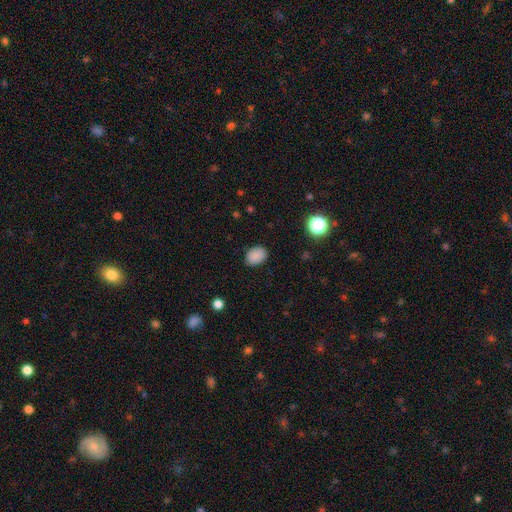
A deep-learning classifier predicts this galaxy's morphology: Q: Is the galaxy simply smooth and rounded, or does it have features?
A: smooth — 86%.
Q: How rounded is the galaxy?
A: in between — 70%.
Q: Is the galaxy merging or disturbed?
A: none — 84%.